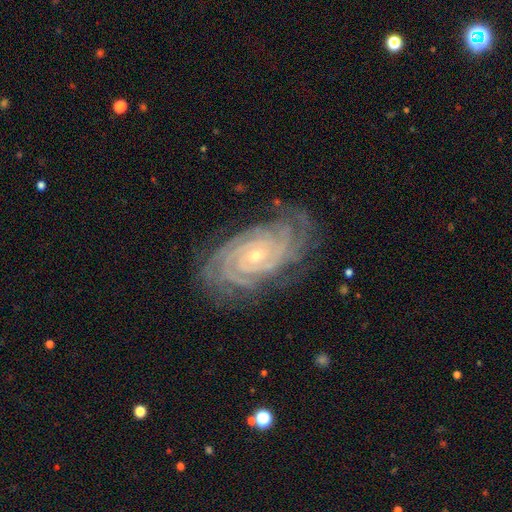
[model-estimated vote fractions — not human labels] The model was most divided on "spiral arm count": 4: 27%, 3: 19%, can't tell: 16%, 2: 16%, more than 4: 15%, 1: 8%. More confident: spiral arms — yes (99%); edge-on disk — no (97%); smooth or featured — featured or disk (92%); spiral winding — tight (86%); merging — none (79%); bulge size — small (73%); bar — no (68%).